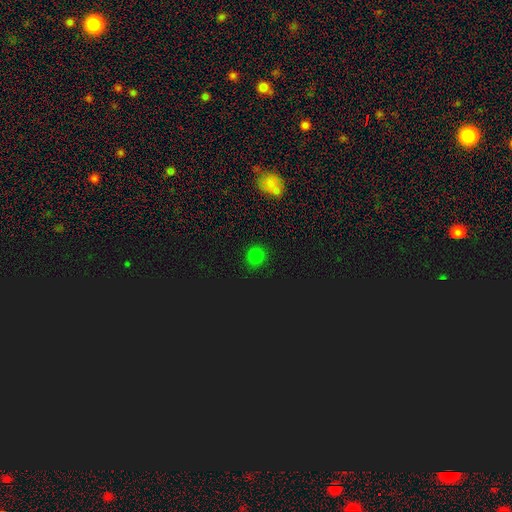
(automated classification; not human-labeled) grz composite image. It shows a smooth galaxy with no disk features (74%) that is round (87%). Merging: none (89%).